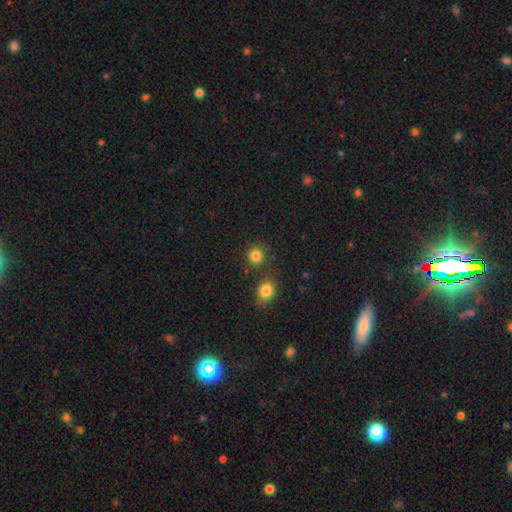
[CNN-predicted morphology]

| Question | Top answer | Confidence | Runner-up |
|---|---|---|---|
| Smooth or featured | smooth | 84% | star or artifact (12%) |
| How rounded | round | 89% | in between (10%) |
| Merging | none | 79% | merger (10%) |